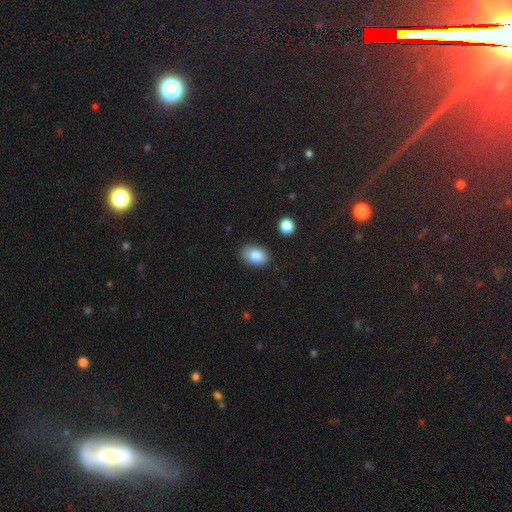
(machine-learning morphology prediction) smooth_or_featured: smooth (p=0.83) [alt: featured or disk p=0.08]
how_rounded: in between (p=0.83) [alt: round p=0.16]
merging: none (p=0.79) [alt: minor disturbance p=0.15]